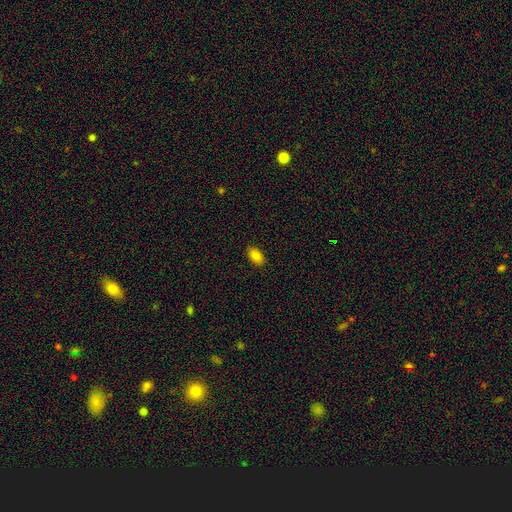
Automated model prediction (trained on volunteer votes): A smooth galaxy with no disk features (85%) that is in between round and cigar-shaped (92%).

Vote fractions:
- Smooth or featured? smooth: 85% / star or artifact: 9% / featured or disk: 6%
- How rounded? in between: 92% / round: 7% / cigar-shaped: 2%
- Merging? none: 89% / minor disturbance: 8% / major disturbance: 2% / merger: 1%